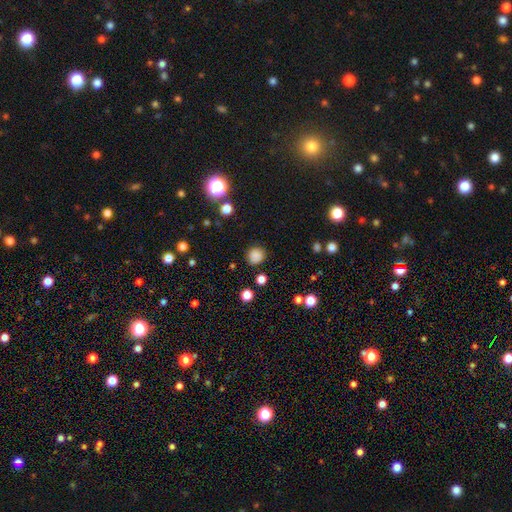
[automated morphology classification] Overall: smooth (83%). How rounded: round (91%). Merging: none (88%).